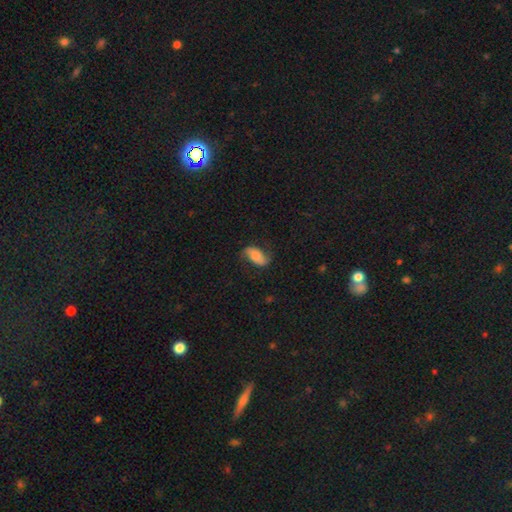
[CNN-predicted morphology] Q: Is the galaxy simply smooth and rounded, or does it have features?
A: smooth — 53%.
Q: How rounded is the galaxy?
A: in between — 88%.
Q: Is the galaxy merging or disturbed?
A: none — 70%.